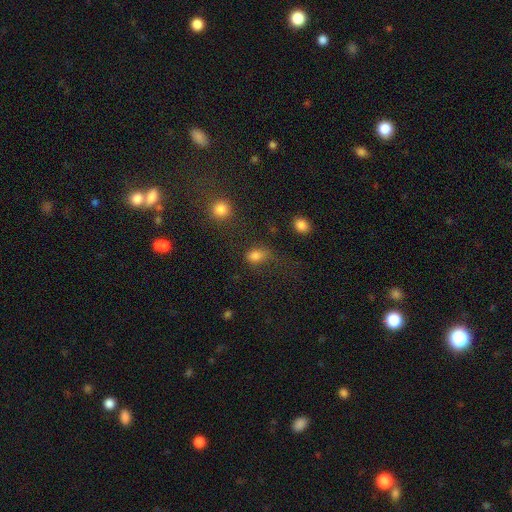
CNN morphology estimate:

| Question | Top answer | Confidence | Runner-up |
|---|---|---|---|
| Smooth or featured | smooth | 80% | star or artifact (13%) |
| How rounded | in between | 73% | round (25%) |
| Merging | none | 50% | minor disturbance (24%) |